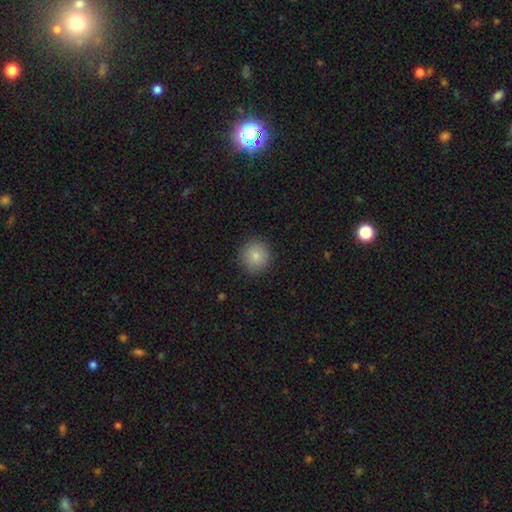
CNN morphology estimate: The model was most divided on "smooth or featured": smooth: 84%, star or artifact: 10%, featured or disk: 6%. More confident: how rounded — round (93%); merging — none (89%).